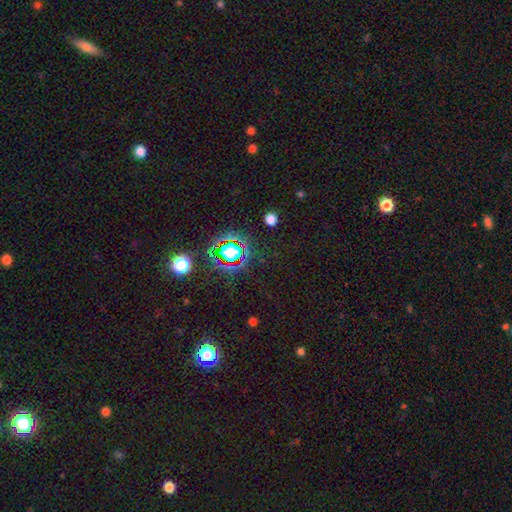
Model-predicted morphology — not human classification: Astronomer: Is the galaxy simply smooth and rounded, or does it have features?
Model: star or artifact — 80%.